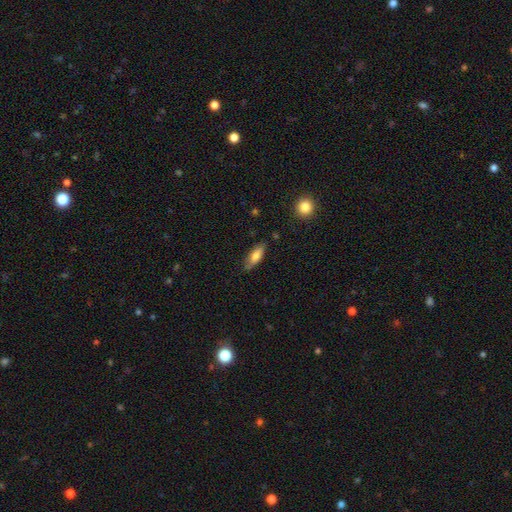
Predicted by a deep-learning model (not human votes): This is likely a smooth galaxy (73%). How rounded: likely in between (61%). Merging: likely none (78%).